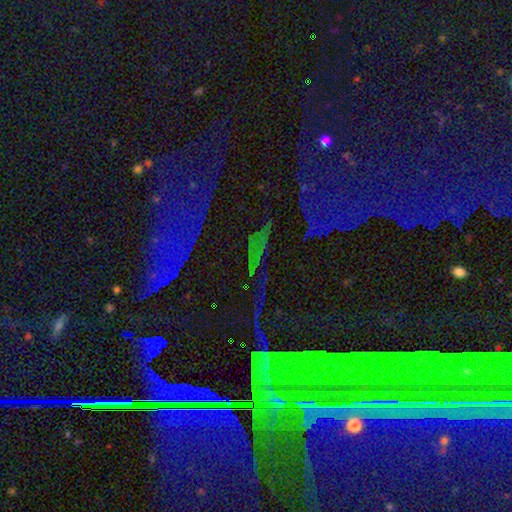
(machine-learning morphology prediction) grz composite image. It shows a star or artifact, not a galaxy (82%).